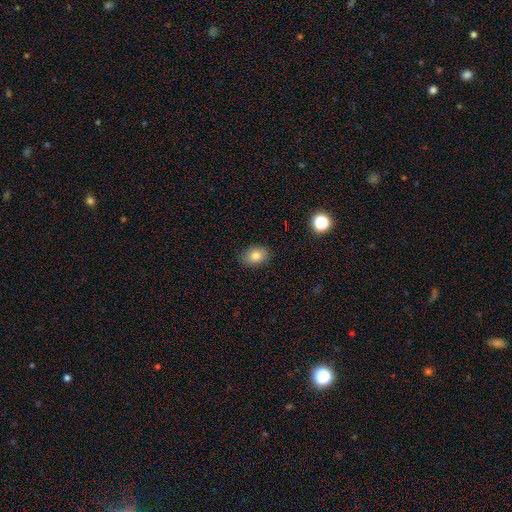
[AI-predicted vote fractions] Smooth or featured?
  - smooth: 83% *
  - star or artifact: 10%
  - featured or disk: 8%
How rounded?
  - in between: 76% *
  - round: 23%
  - cigar-shaped: 1%
Merging?
  - none: 85% *
  - minor disturbance: 11%
  - major disturbance: 3%
  - merger: 1%